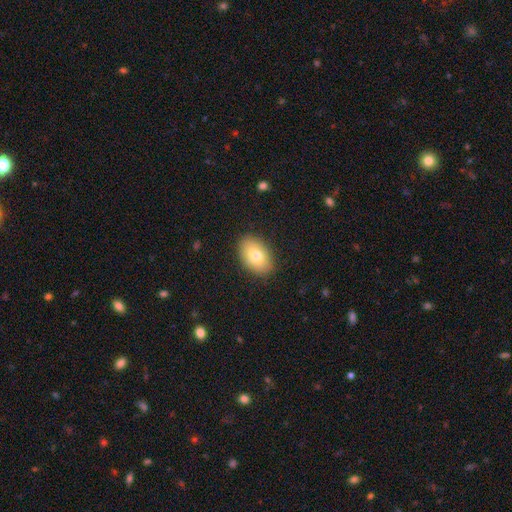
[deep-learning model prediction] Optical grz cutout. It shows a smooth galaxy with no disk features (76%) that is in between round and cigar-shaped (89%). Merging: none (87%).